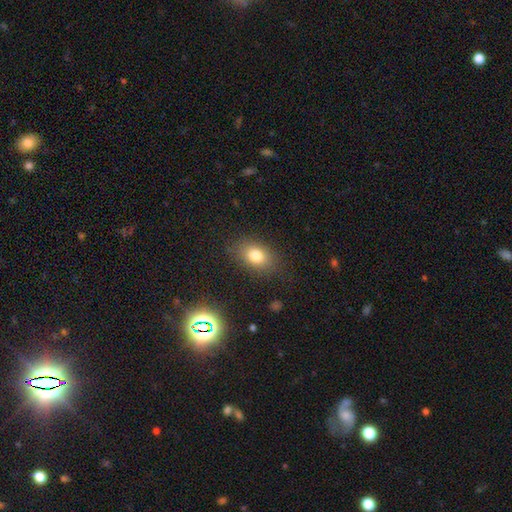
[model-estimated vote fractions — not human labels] A smooth galaxy with no disk features (78%) that is in between round and cigar-shaped (78%).

Vote fractions:
- Smooth or featured? smooth: 78% / star or artifact: 12% / featured or disk: 10%
- How rounded? in between: 78% / round: 20% / cigar-shaped: 2%
- Merging? none: 83% / minor disturbance: 12% / major disturbance: 4% / merger: 1%